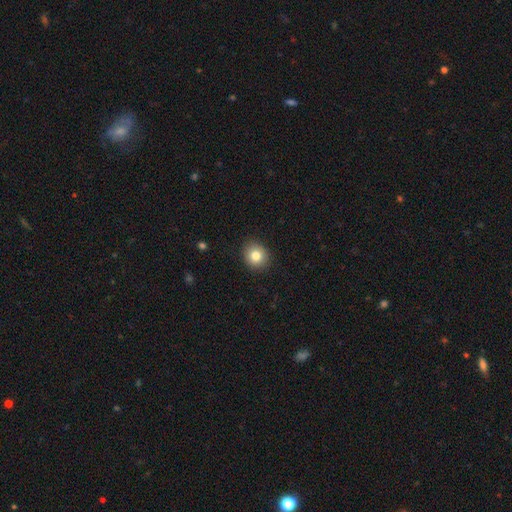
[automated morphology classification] This is clearly a smooth galaxy (81%). How rounded: clearly round (80%). Merging: clearly none (90%).